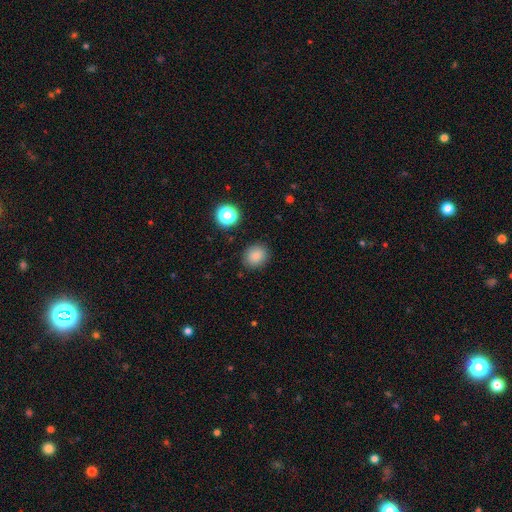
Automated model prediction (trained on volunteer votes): Smooth or featured?
  - smooth: 83% *
  - star or artifact: 12%
  - featured or disk: 5%
How rounded?
  - round: 75% *
  - in between: 24%
  - cigar-shaped: 1%
Merging?
  - none: 87% *
  - minor disturbance: 9%
  - major disturbance: 3%
  - merger: 2%